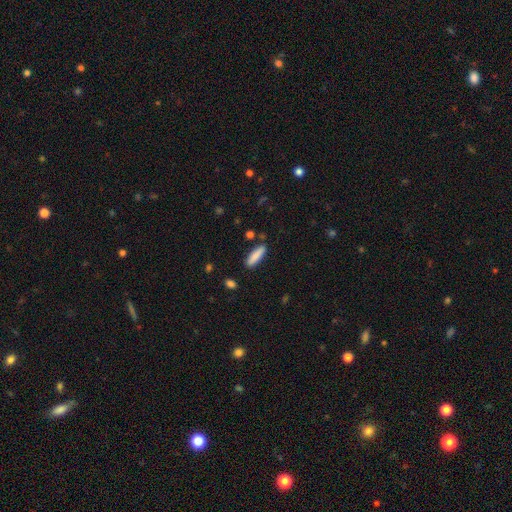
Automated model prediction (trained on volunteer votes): smooth_or_featured: smooth (p=0.86) [alt: featured or disk p=0.08]
how_rounded: cigar-shaped (p=0.67) [alt: in between p=0.31]
merging: none (p=0.86) [alt: minor disturbance p=0.09]